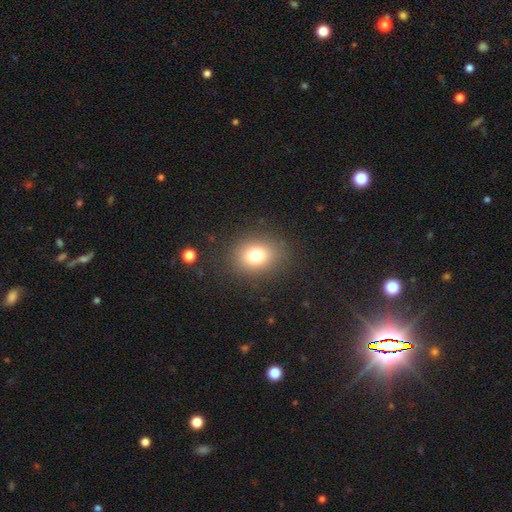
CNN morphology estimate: type=smooth (77%); roundness=round (55%); merging=none (86%).